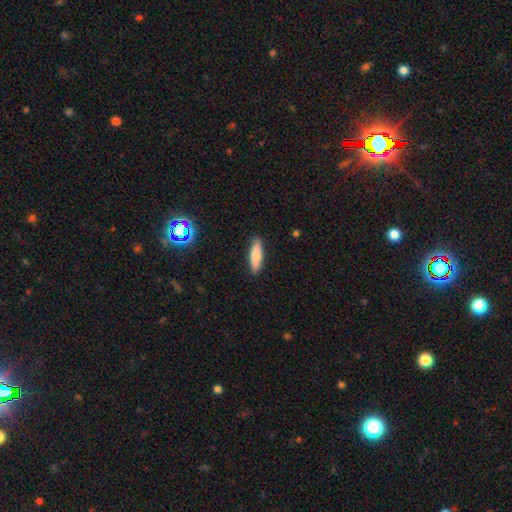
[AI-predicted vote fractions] Q: Smooth or featured?
A: smooth (79%); runner-up: featured or disk (14%)
Q: How rounded?
A: cigar-shaped (62%); runner-up: in between (36%)
Q: Merging?
A: none (89%); runner-up: minor disturbance (8%)